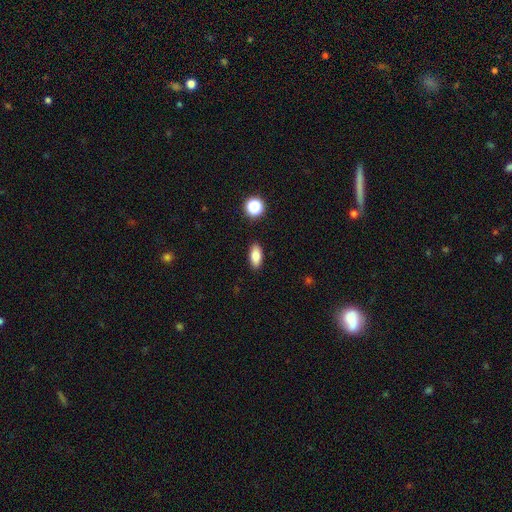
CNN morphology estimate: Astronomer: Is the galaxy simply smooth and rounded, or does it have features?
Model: smooth — 81%.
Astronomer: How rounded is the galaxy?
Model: in between — 87%.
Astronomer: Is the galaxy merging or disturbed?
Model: none — 89%.